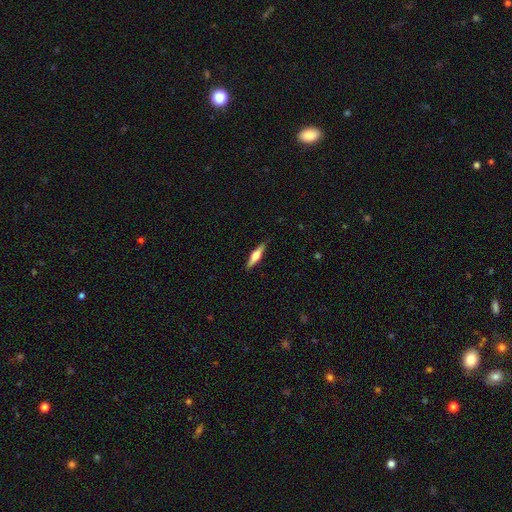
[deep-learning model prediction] smooth 48%, featured or disk 47%, star or artifact 5%. Down the decision tree: merging — none (88%).